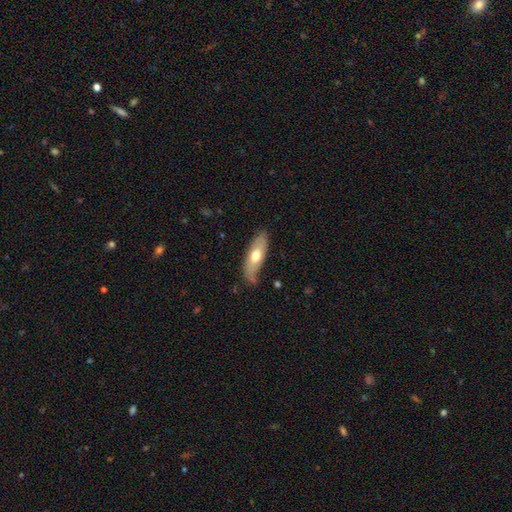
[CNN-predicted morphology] A smooth galaxy with no disk features (60%) that is in between round and cigar-shaped (68%).

Vote fractions:
- Smooth or featured? smooth: 60% / featured or disk: 35% / star or artifact: 6%
- How rounded? in between: 68% / cigar-shaped: 29% / round: 2%
- Merging? none: 68% / minor disturbance: 24% / major disturbance: 6% / merger: 3%